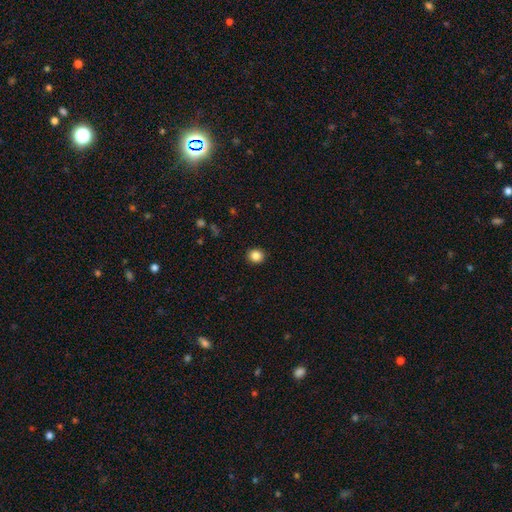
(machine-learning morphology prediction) A smooth galaxy with no disk features (85%) that is round (86%). Merging: none (92%).